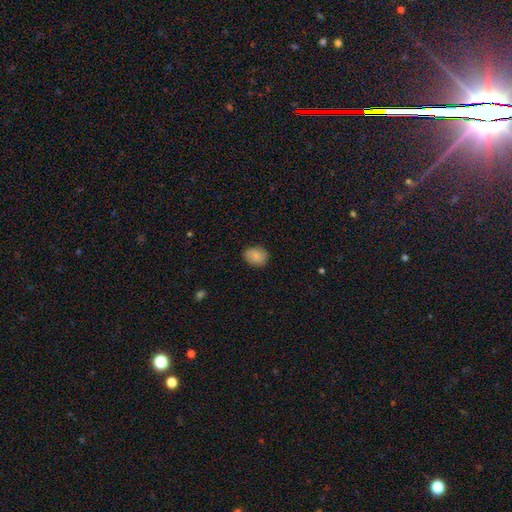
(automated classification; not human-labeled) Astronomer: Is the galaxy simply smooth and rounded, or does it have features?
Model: smooth — 82%.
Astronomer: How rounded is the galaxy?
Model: in between — 56% (runner-up: round, 43%).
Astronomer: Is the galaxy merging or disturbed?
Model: none — 82%.